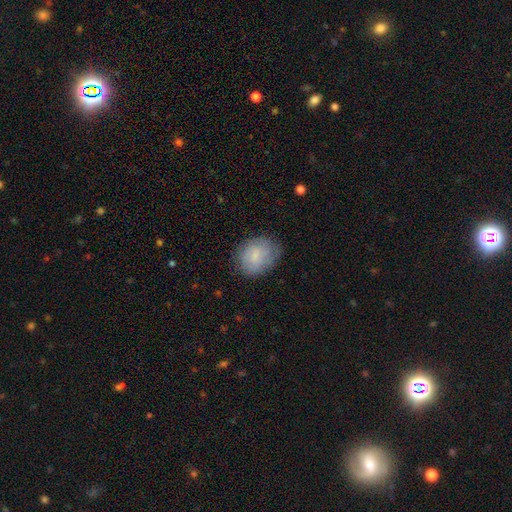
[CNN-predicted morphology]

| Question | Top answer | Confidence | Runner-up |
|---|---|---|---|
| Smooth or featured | smooth | 68% | featured or disk (24%) |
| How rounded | in between | 51% | round (48%) |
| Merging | none | 70% | minor disturbance (22%) |